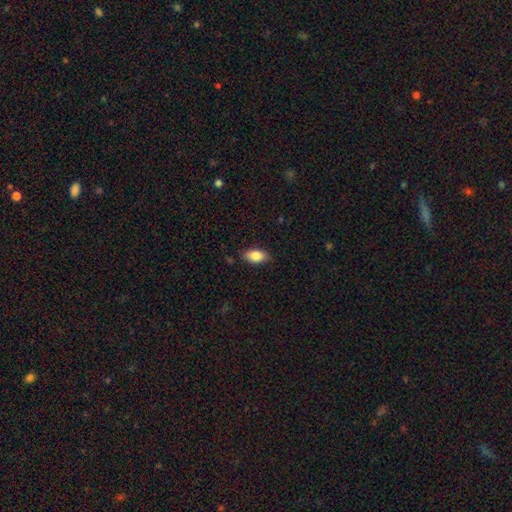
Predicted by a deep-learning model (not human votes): This is clearly a smooth galaxy (85%). How rounded: clearly in between (92%). Merging: clearly none (82%).